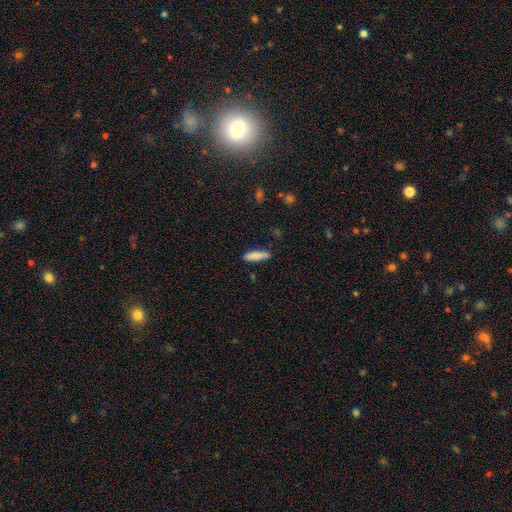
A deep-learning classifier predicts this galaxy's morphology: Q: Smooth or featured?
A: smooth (85%); runner-up: featured or disk (8%)
Q: How rounded?
A: cigar-shaped (71%); runner-up: in between (27%)
Q: Merging?
A: none (84%); runner-up: minor disturbance (12%)